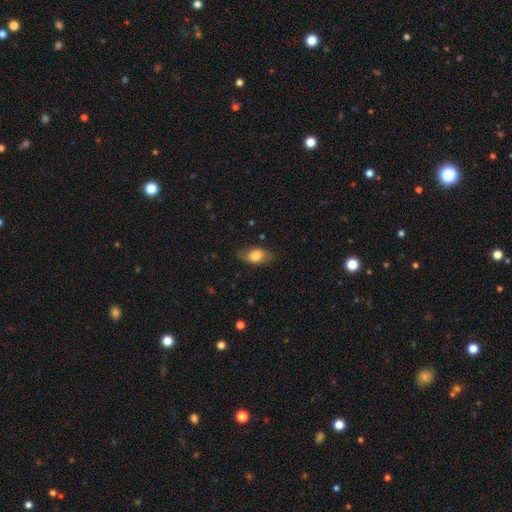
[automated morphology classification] Smooth or featured?
  - smooth: 71% *
  - featured or disk: 22%
  - star or artifact: 7%
How rounded?
  - in between: 87% *
  - round: 7%
  - cigar-shaped: 6%
Merging?
  - none: 75% *
  - minor disturbance: 18%
  - major disturbance: 6%
  - merger: 1%